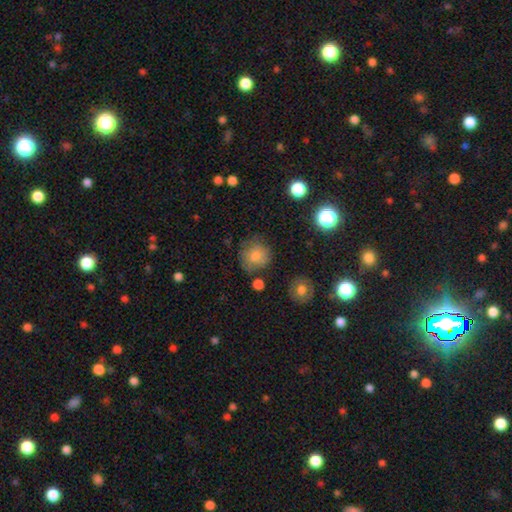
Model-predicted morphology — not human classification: Smooth or featured: smooth — 76% (star or artifact — 13%)
How rounded: round — 90% (in between — 9%)
Merging: none — 75% (minor disturbance — 16%)